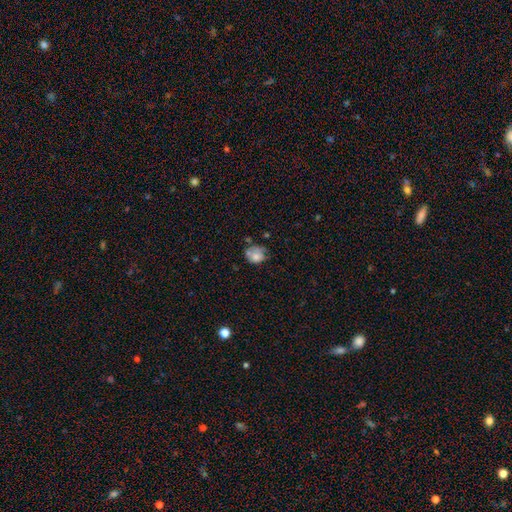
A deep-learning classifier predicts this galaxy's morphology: Smooth or featured?
  - smooth: 66% *
  - featured or disk: 24%
  - star or artifact: 10%
How rounded?
  - round: 62% *
  - in between: 37%
  - cigar-shaped: 1%
Merging?
  - none: 41% *
  - minor disturbance: 29%
  - major disturbance: 16%
  - merger: 14%